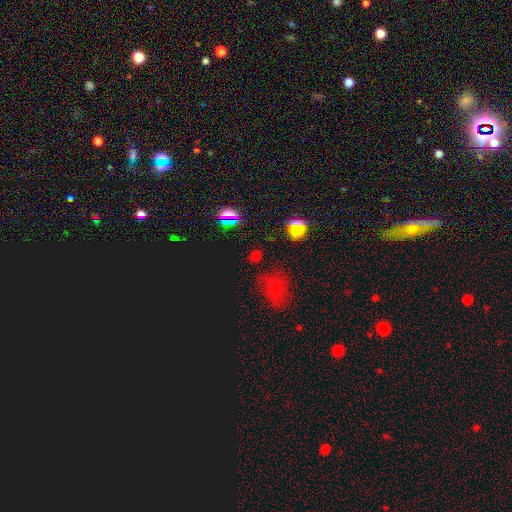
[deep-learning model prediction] A star or artifact, not a galaxy (56%).

Vote fractions:
- Smooth or featured? star or artifact: 56% / smooth: 36% / featured or disk: 8%